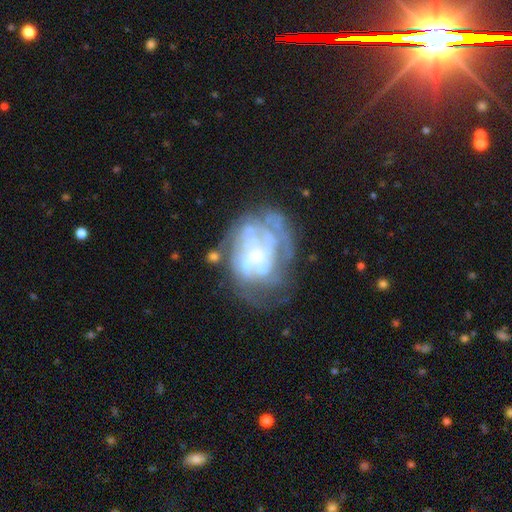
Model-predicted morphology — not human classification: This is likely a featured or disk galaxy (79%). It is clearly not viewed edge-on (98%). Bar: likely no (76%). Spiral arm pattern: likely yes (72%). Spiral arm count: possibly can't tell (50%). Spiral winding: possibly tight (56%). Central bulge: possibly small (56%). Merging: possibly none (51%).